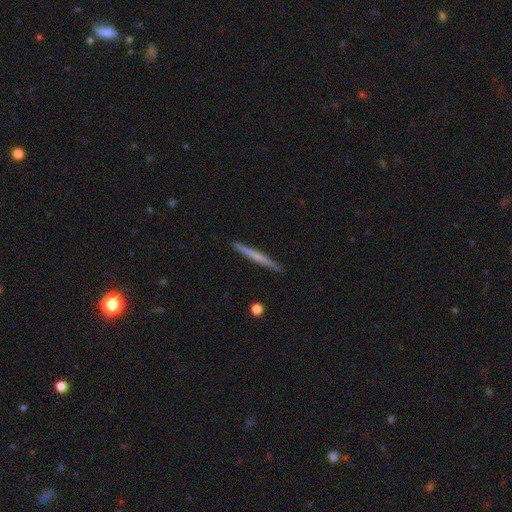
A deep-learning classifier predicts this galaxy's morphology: Smooth or featured? Predicted: featured or disk (p=0.48). Merging? Predicted: none (p=0.91).